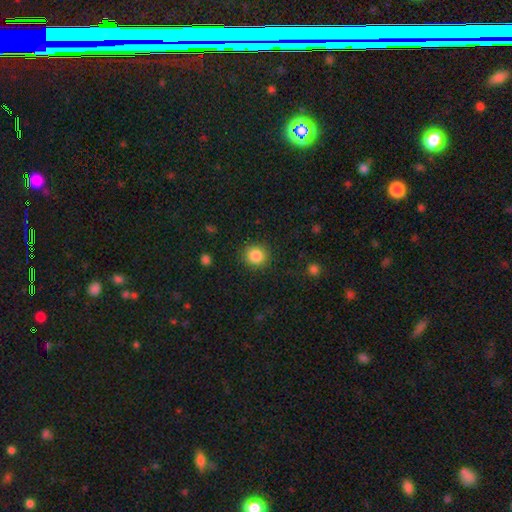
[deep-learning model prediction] Morphology: type=smooth (85%); roundness=round (90%); merging=none (90%).